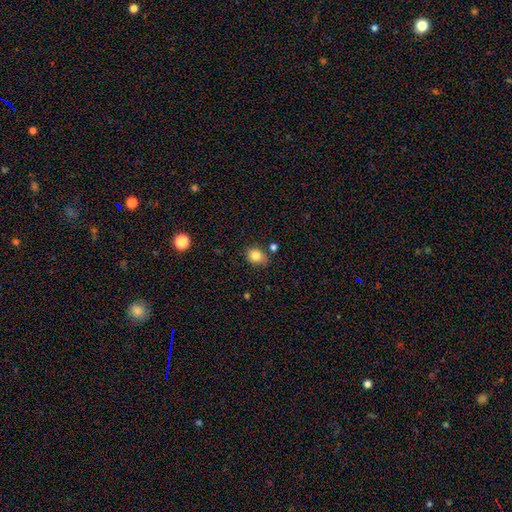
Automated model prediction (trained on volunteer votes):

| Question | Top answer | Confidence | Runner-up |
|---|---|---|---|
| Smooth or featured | smooth | 82% | star or artifact (11%) |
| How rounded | round | 56% | in between (43%) |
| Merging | none | 73% | minor disturbance (17%) |